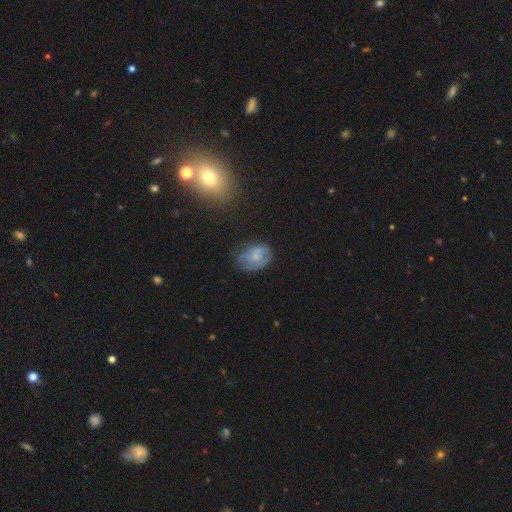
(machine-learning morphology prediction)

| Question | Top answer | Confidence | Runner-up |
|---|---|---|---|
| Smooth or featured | smooth | 54% | featured or disk (36%) |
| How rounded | in between | 71% | round (28%) |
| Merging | none | 58% | minor disturbance (28%) |